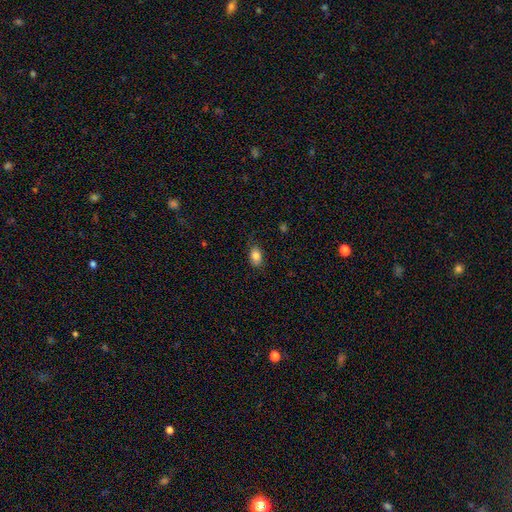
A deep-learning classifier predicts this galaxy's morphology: smooth 84%, star or artifact 8%, featured or disk 8%. Down the decision tree: how rounded — in between (85%); merging — none (75%).